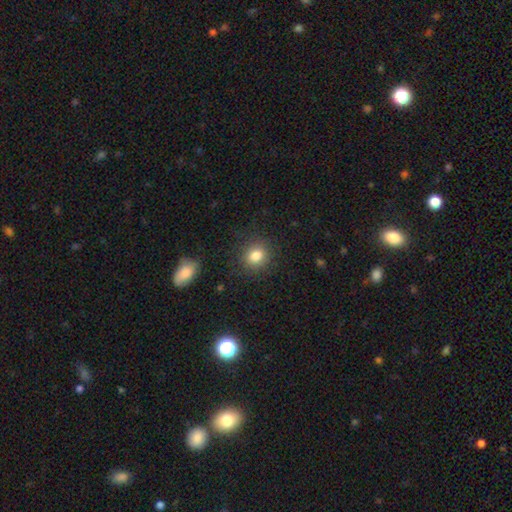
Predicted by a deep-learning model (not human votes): Smooth or featured? smooth (83%)
How rounded? round (74%)
Merging? none (87%)